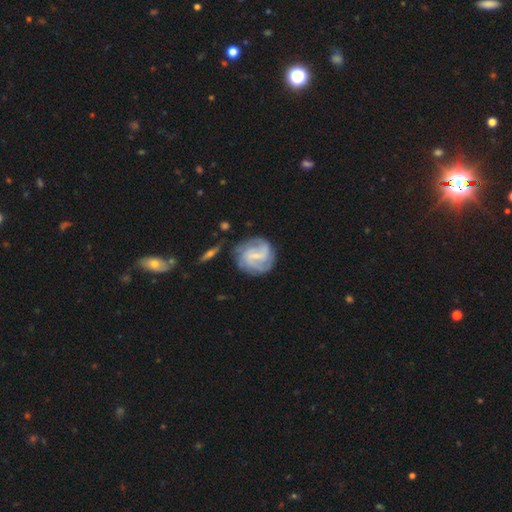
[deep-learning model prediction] Morphology: type=featured or disk (76%); edge-on=no (97%); bar=weak (53%); spiral arms=yes (91%); winding=medium (43%); arm count=2 (48%); bulge=small (61%); merging=none (67%).